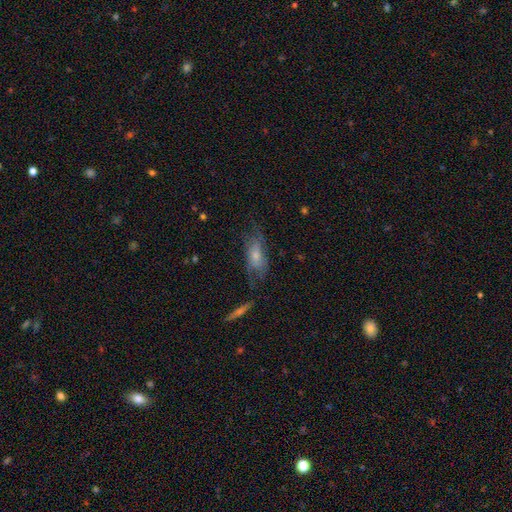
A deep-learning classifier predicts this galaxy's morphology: This is possibly a smooth galaxy (48%). Merging: possibly none (49%).